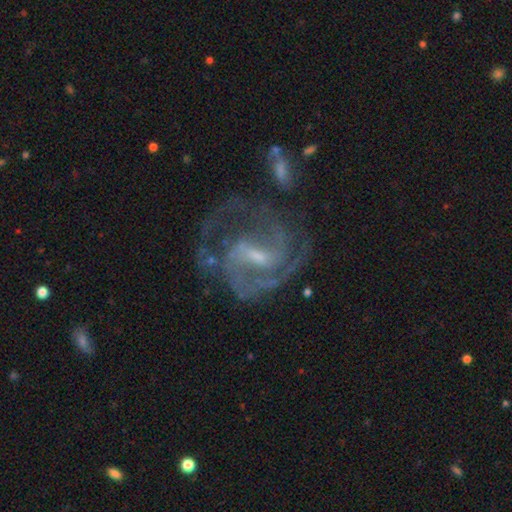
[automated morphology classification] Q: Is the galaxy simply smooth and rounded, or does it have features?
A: featured or disk — 89%.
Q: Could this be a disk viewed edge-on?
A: no — 98%.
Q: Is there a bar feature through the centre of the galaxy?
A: weak — 54%.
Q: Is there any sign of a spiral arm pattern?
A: yes — 96%.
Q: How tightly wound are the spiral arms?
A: medium — 50%.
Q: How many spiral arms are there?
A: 2 — 55%.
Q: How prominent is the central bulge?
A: small — 55%.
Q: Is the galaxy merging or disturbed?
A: none — 60%.